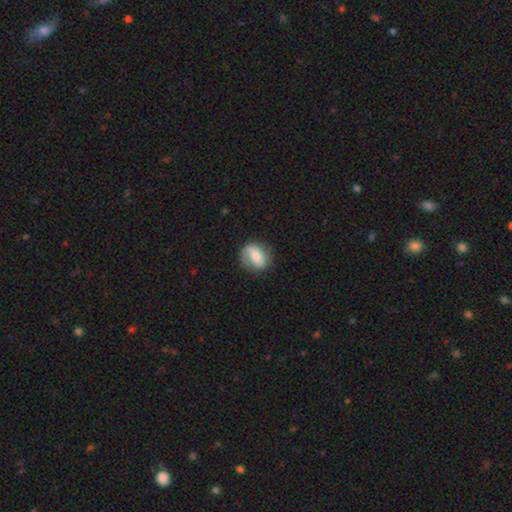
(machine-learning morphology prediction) The model was most divided on "smooth or featured": smooth: 47%, featured or disk: 46%, star or artifact: 7%. More confident: merging — none (68%).